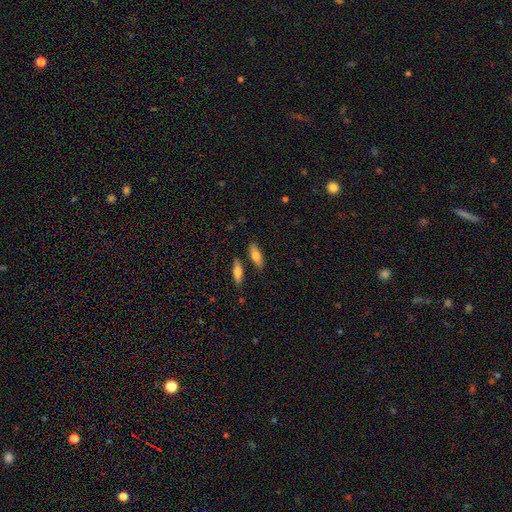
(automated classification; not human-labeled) smooth 76%, featured or disk 17%, star or artifact 7%. Down the decision tree: how rounded — in between (65%); merging — none (78%).